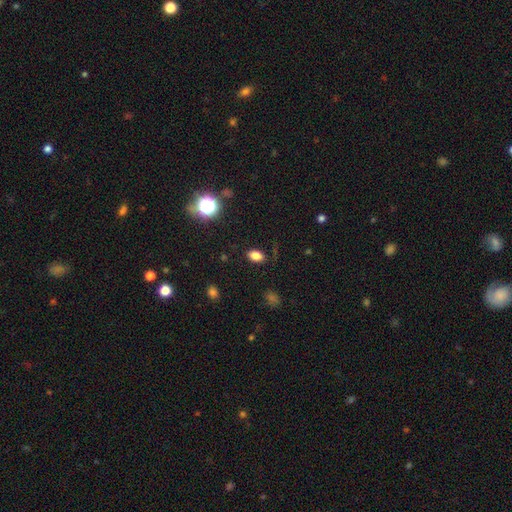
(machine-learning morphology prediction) A smooth galaxy with no disk features (80%) that is in between round and cigar-shaped (86%).

Vote fractions:
- Smooth or featured? smooth: 80% / star or artifact: 13% / featured or disk: 7%
- How rounded? in between: 86% / round: 12% / cigar-shaped: 2%
- Merging? none: 84% / minor disturbance: 11% / major disturbance: 4% / merger: 1%